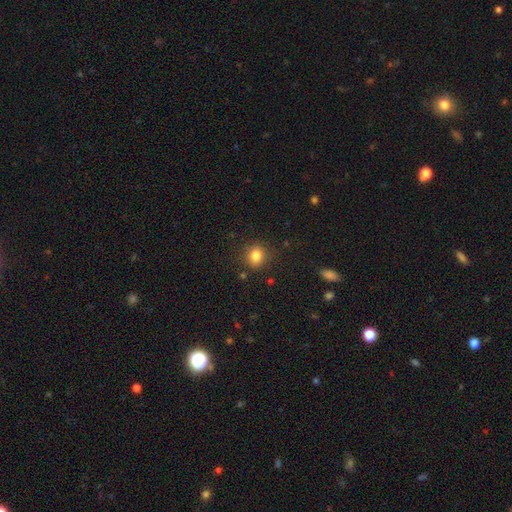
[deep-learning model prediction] This appears to be a smooth galaxy with no disk features (83%) that is round (77%). Merging: none (86%).